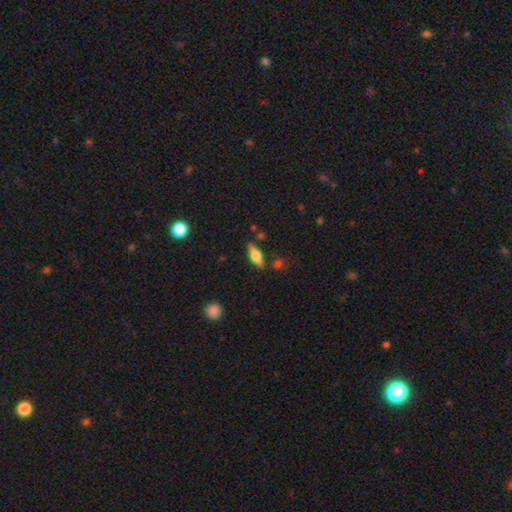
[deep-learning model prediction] Overall: featured or disk (51%; smooth 42%). Edge-on disk: yes (92%). Merging: none (82%).